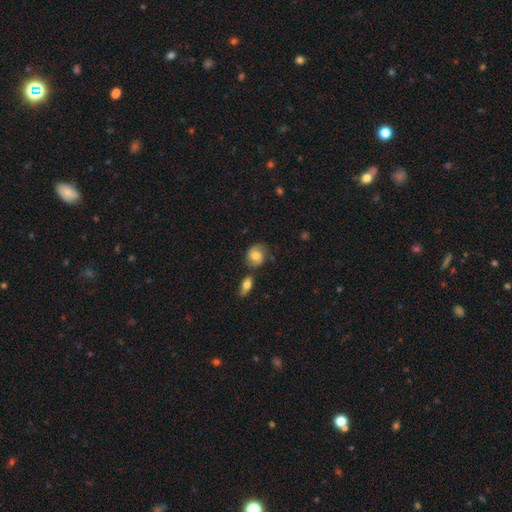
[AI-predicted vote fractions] A smooth galaxy with no disk features (57%) that is round (66%).

Vote fractions:
- Smooth or featured? smooth: 57% / featured or disk: 35% / star or artifact: 8%
- How rounded? round: 66% / in between: 33% / cigar-shaped: 2%
- Merging? none: 65% / minor disturbance: 18% / merger: 11% / major disturbance: 5%